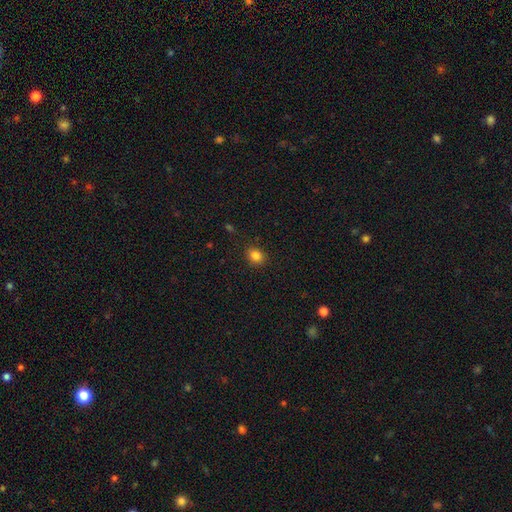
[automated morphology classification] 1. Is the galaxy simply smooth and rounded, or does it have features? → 83% smooth, 12% star or artifact, 5% featured or disk.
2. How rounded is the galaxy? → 60% round, 39% in between, 1% cigar-shaped.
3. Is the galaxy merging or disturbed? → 87% none, 9% minor disturbance, 2% major disturbance, 1% merger.